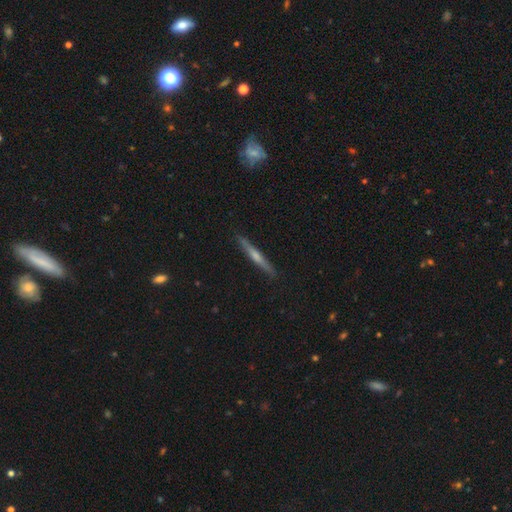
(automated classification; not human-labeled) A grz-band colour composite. It shows a featured or disk galaxy (61%) viewed edge-on (97%) with a rounded central bulge (63%). Merging: none (89%).